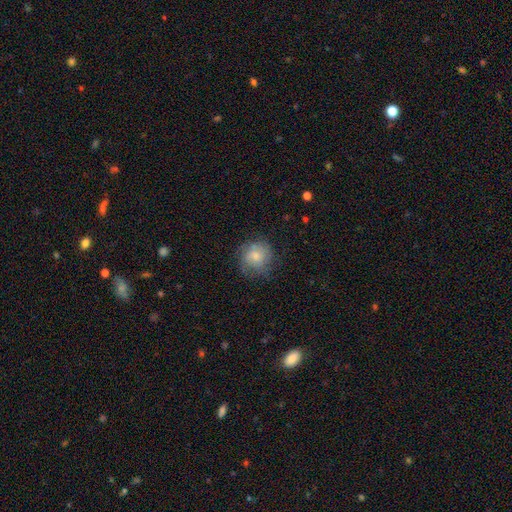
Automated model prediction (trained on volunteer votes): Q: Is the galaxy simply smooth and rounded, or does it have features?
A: smooth — 65%.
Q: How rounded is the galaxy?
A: round — 87%.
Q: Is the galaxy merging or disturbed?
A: none — 69%.